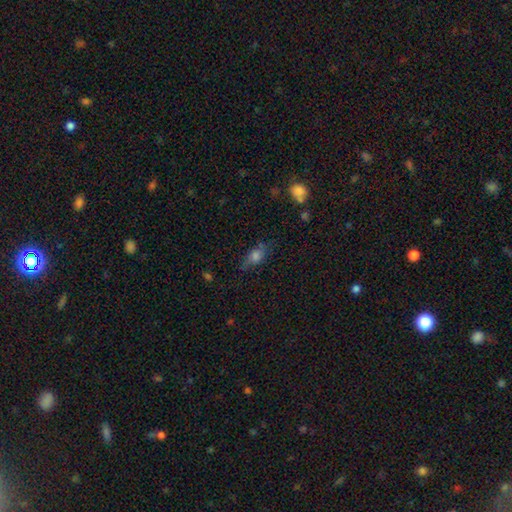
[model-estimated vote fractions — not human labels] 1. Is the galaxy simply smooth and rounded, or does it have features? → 66% smooth, 22% featured or disk, 12% star or artifact.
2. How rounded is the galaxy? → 73% in between, 15% cigar-shaped, 12% round.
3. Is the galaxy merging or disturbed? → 69% none, 22% minor disturbance, 7% major disturbance, 2% merger.